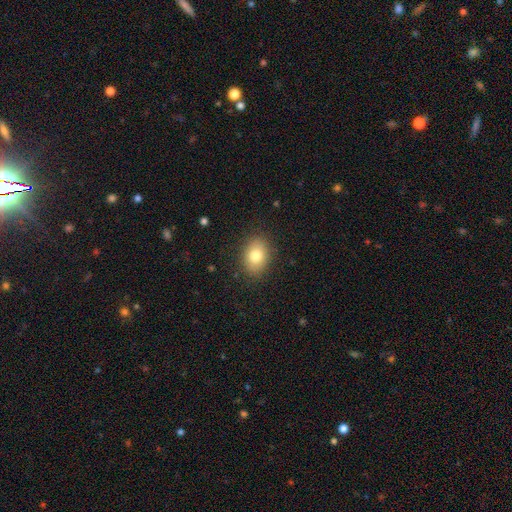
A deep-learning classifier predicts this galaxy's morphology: smooth-or-featured: smooth: 80% | featured or disk: 11% | star or artifact: 9%
  how-rounded: in between: 71% | round: 28% | cigar-shaped: 1%
  merging: none: 87% | minor disturbance: 9% | major disturbance: 3% | merger: 1%